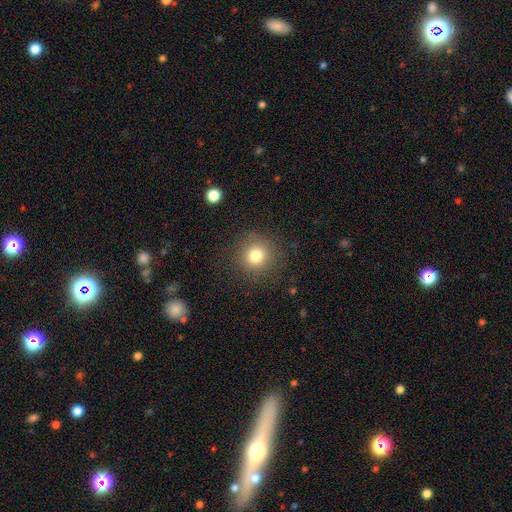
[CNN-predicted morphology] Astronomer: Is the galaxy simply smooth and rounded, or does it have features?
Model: smooth — 78%.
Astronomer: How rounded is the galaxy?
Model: round — 94%.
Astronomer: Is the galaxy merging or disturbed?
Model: none — 88%.